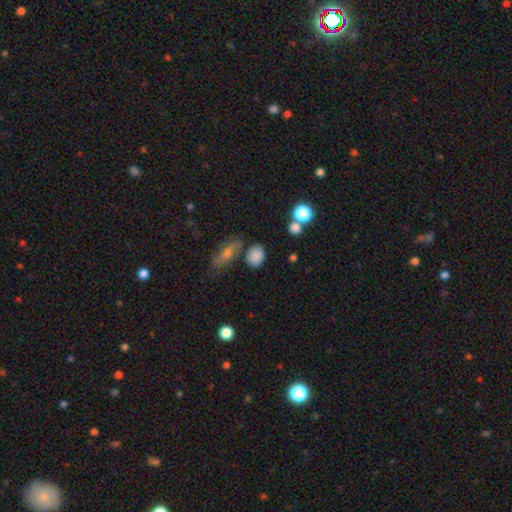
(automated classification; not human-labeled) Q: Smooth or featured?
A: smooth (80%); runner-up: star or artifact (11%)
Q: How rounded?
A: in between (59%); runner-up: round (38%)
Q: Merging?
A: none (66%); runner-up: minor disturbance (17%)